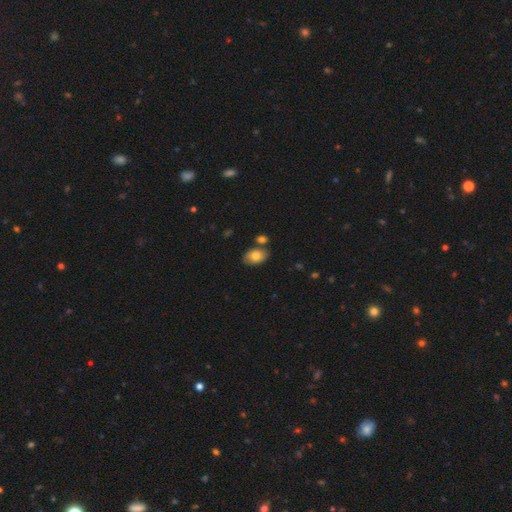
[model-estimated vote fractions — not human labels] The model was most divided on "merging": none: 72%, minor disturbance: 13%, merger: 12%, major disturbance: 3%. More confident: how rounded — in between (87%); smooth or featured — smooth (78%).